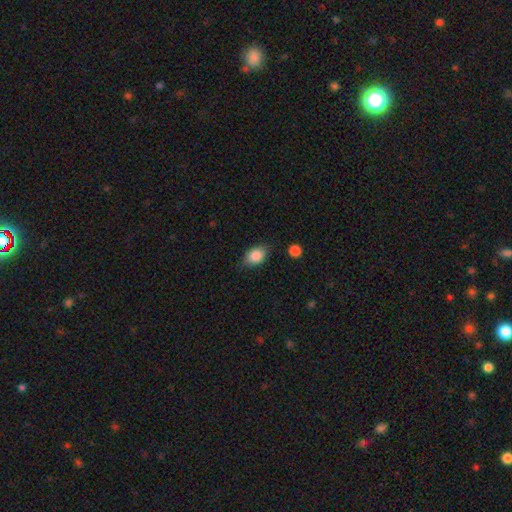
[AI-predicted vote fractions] smooth 86%, star or artifact 7%, featured or disk 6%. Down the decision tree: how rounded — in between (84%); merging — none (79%).